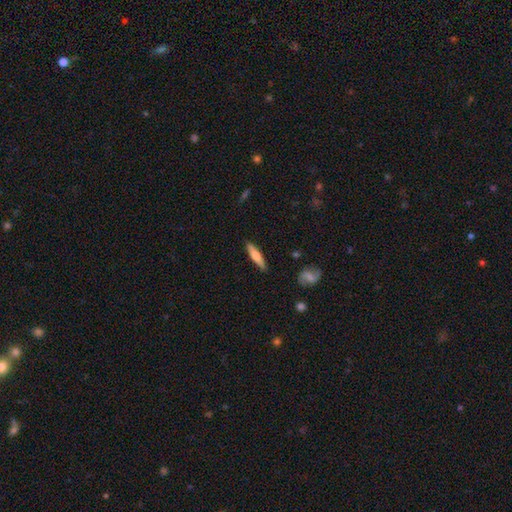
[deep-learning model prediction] A smooth galaxy with no disk features (56%) that is cigar-shaped (83%). Merging: none (88%).